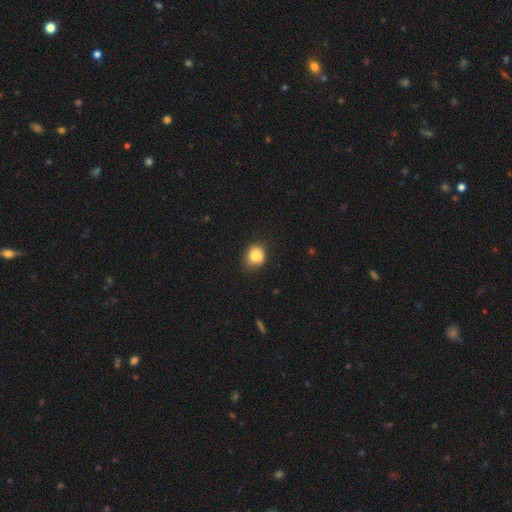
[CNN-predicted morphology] Overall: smooth (80%). How rounded: round (67%; in between 32%). Merging: none (65%; minor disturbance 26%).